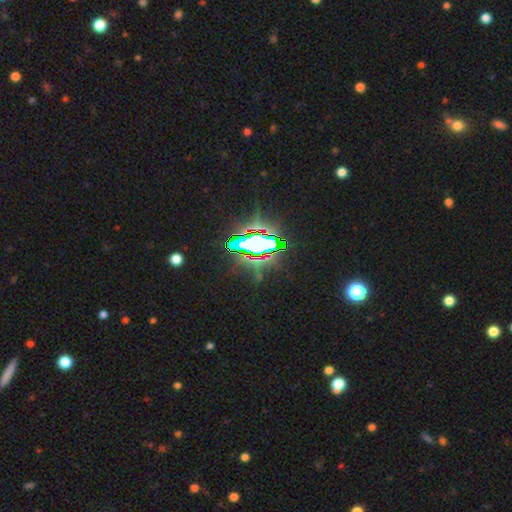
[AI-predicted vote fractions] Q: Smooth or featured?
A: star or artifact (75%); runner-up: smooth (13%)